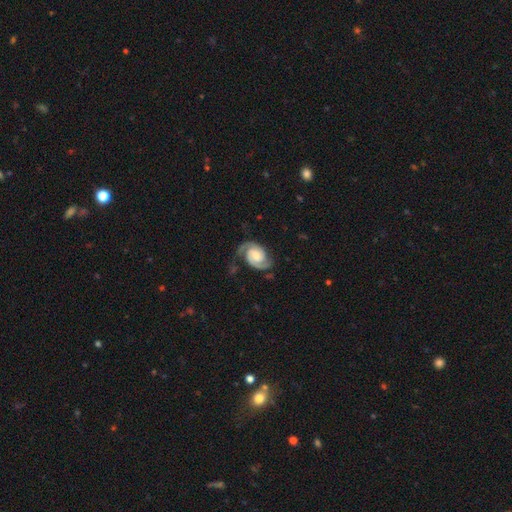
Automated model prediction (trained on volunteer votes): Smooth or featured? featured or disk (89%)
Edge-on disk? no (98%)
Bar? no (53%)
Spiral arms? yes (98%)
Spiral winding? tight (48%)
Spiral arm count? 2 (92%)
Bulge size? moderate (46%)
Merging? none (70%)